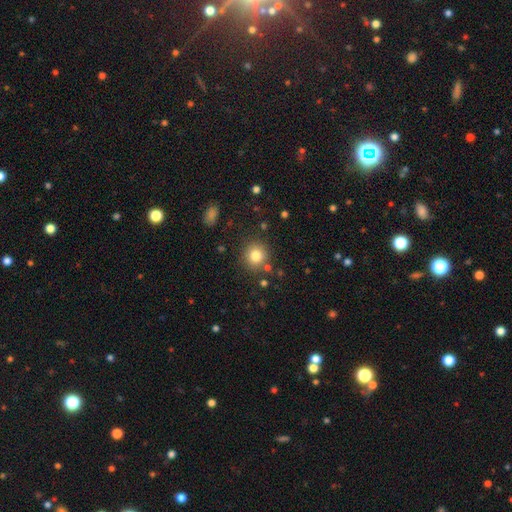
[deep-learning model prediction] This is clearly a smooth galaxy (80%). How rounded: clearly round (91%). Merging: clearly none (84%).